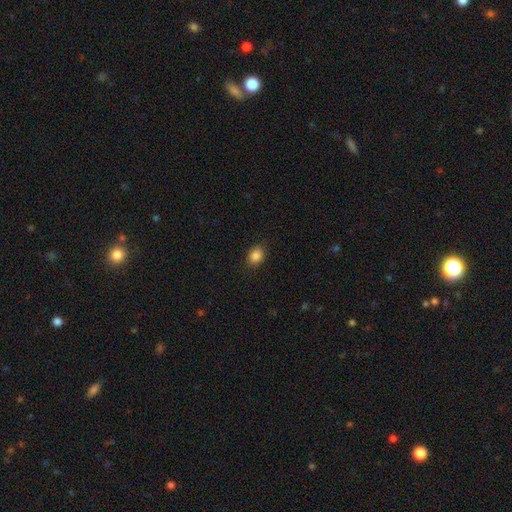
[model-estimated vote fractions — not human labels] Q: Smooth or featured?
A: smooth (87%); runner-up: star or artifact (9%)
Q: How rounded?
A: in between (62%); runner-up: round (37%)
Q: Merging?
A: none (88%); runner-up: minor disturbance (9%)